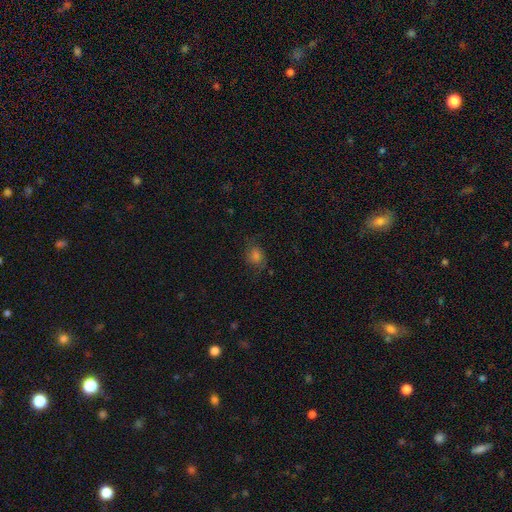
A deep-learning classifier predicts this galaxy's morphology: type=smooth (64%); roundness=round (56%); merging=none (68%).